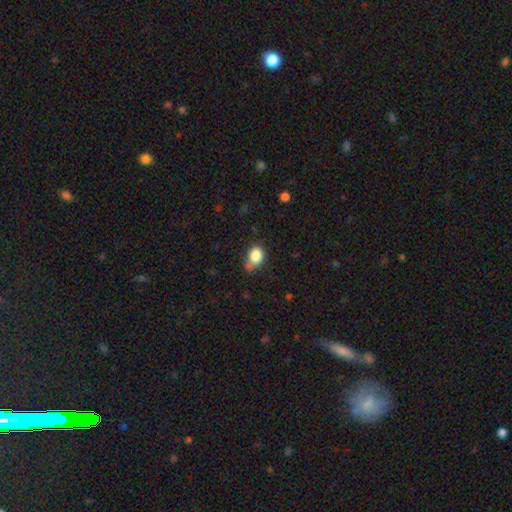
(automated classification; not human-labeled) Smooth or featured? Predicted: smooth (p=0.83). How rounded? Predicted: in between (p=0.54). Merging? Predicted: none (p=0.44).